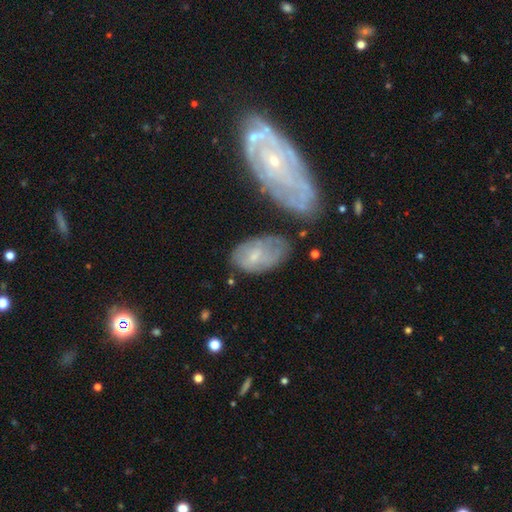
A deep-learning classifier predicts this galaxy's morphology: Smooth or featured?
  - featured or disk: 48% *
  - smooth: 44%
  - star or artifact: 8%
Merging?
  - none: 47% *
  - minor disturbance: 27%
  - major disturbance: 15%
  - merger: 10%